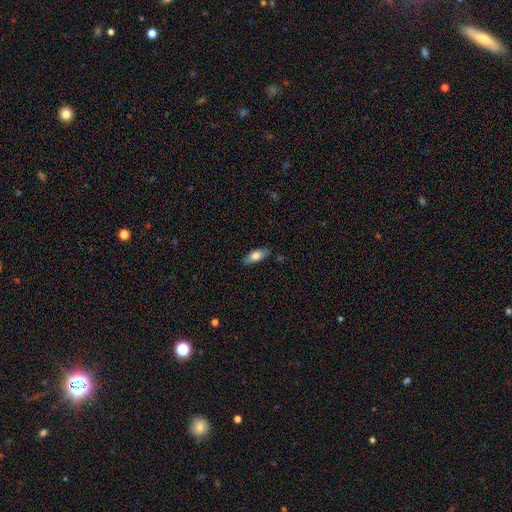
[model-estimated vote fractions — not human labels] Smooth or featured?
  - smooth: 74% *
  - featured or disk: 19%
  - star or artifact: 7%
How rounded?
  - in between: 78% *
  - cigar-shaped: 19%
  - round: 3%
Merging?
  - none: 82% *
  - minor disturbance: 13%
  - major disturbance: 3%
  - merger: 2%